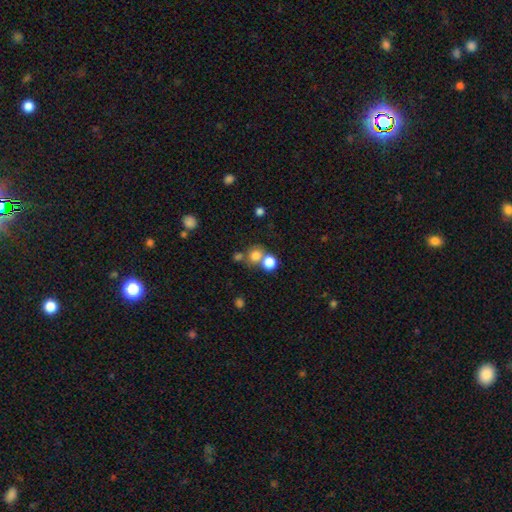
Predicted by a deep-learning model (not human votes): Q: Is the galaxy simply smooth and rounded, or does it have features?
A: smooth — 76%.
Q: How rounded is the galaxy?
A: round — 84%.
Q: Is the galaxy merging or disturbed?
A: none — 53%.